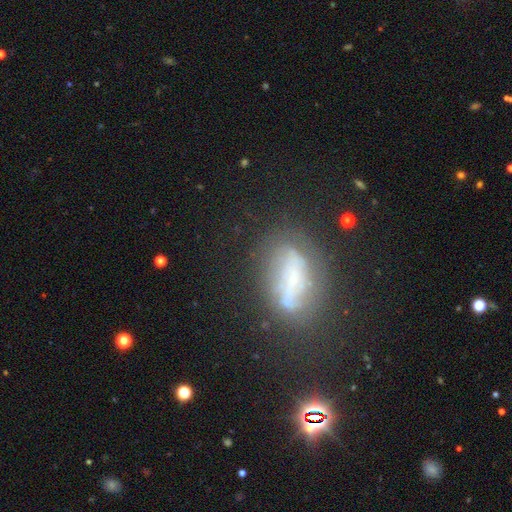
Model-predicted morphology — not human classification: smooth_or_featured: smooth (p=0.40) [tied with: featured or disk p=0.40]
merging: none (p=0.61) [alt: minor disturbance p=0.20]